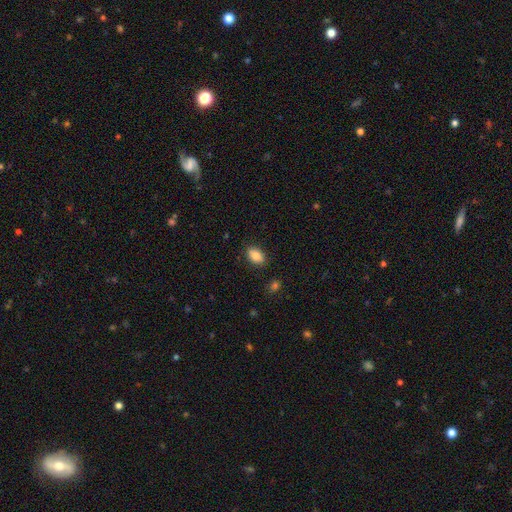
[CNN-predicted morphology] Smooth or featured? smooth (86%)
How rounded? in between (90%)
Merging? none (86%)